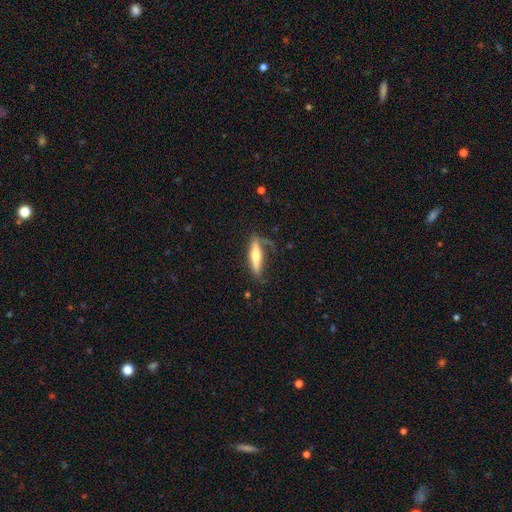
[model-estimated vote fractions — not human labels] This is possibly a featured or disk galaxy (51%). It is clearly viewed edge-on (86%). Merging: possibly none (60%).